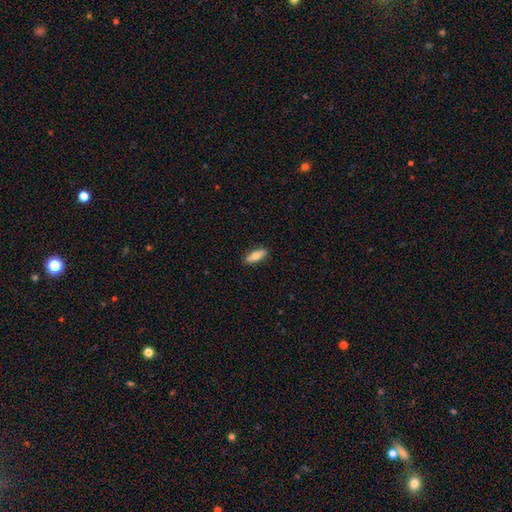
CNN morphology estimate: type=smooth (72%); roundness=in between (65%); merging=none (88%).